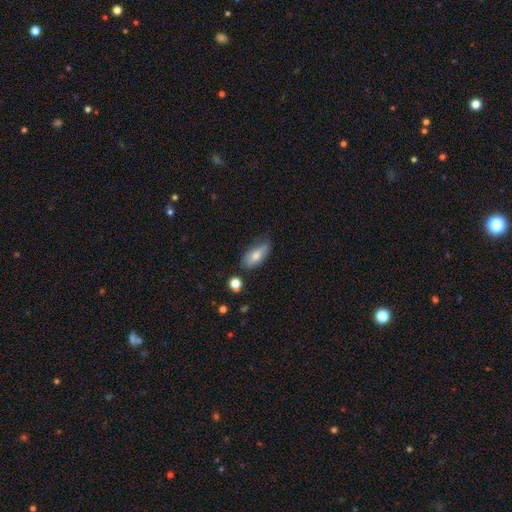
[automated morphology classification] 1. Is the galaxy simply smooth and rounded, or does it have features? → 73% smooth, 20% featured or disk, 7% star or artifact.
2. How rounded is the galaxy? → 81% in between, 15% cigar-shaped, 3% round.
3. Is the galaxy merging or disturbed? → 61% none, 28% minor disturbance, 6% major disturbance, 4% merger.